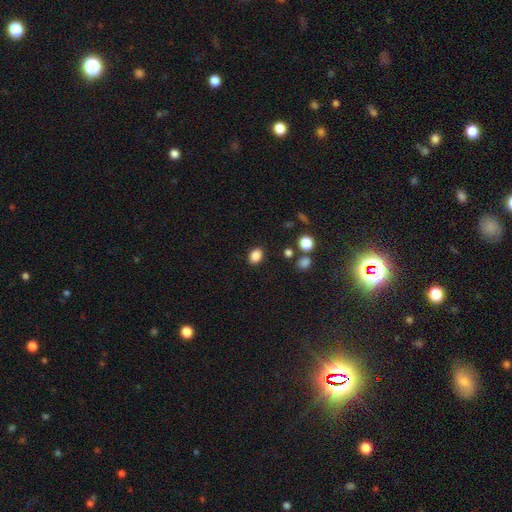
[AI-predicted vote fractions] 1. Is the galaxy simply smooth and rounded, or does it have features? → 86% smooth, 11% star or artifact, 4% featured or disk.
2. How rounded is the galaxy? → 68% in between, 31% round, 1% cigar-shaped.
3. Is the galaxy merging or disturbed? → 86% none, 9% minor disturbance, 3% major disturbance, 2% merger.